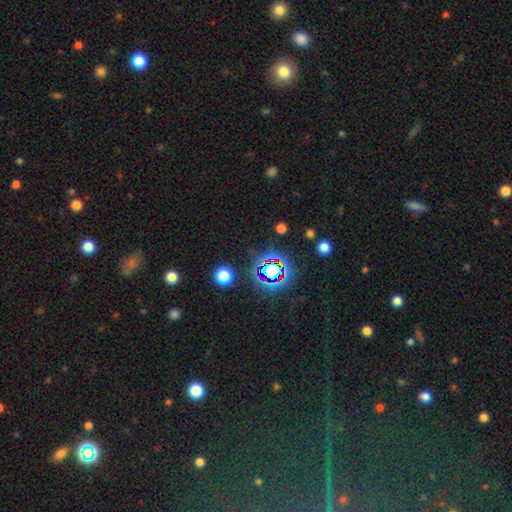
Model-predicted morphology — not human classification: Smooth or featured?
  - star or artifact: 76% *
  - smooth: 15%
  - featured or disk: 9%